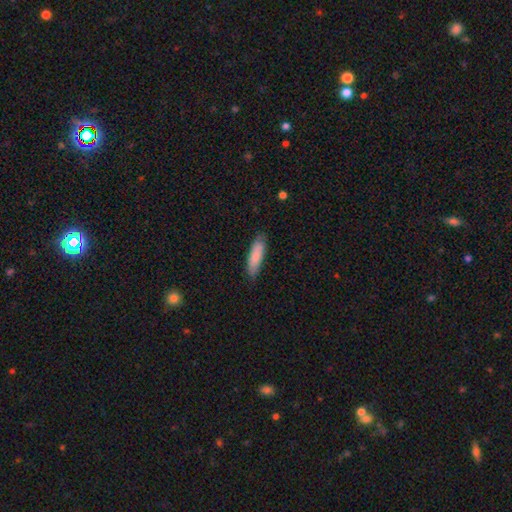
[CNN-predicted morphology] Smooth or featured? Predicted: smooth (p=0.83). How rounded? Predicted: cigar-shaped (p=0.61). Merging? Predicted: none (p=0.83).